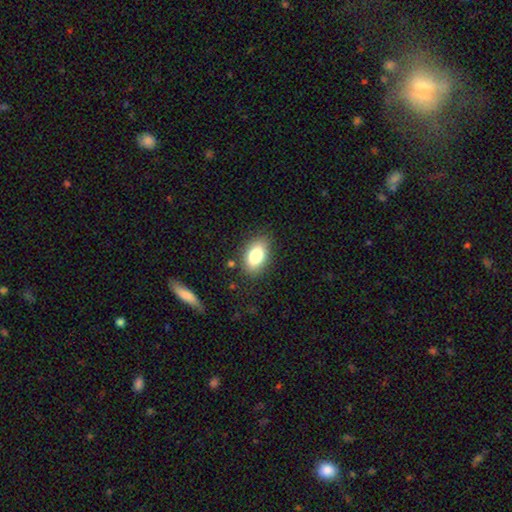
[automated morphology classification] Smooth or featured? Predicted: smooth (p=0.82). How rounded? Predicted: in between (p=0.90). Merging? Predicted: none (p=0.83).